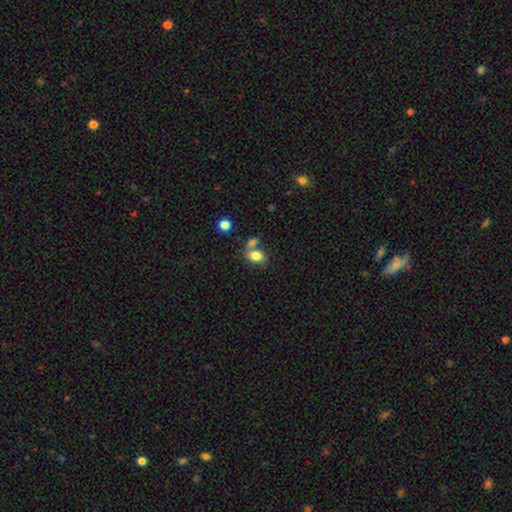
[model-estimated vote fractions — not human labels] Smooth or featured: smooth — 81% (featured or disk — 10%)
How rounded: in between — 72% (round — 27%)
Merging: none — 41% (tied with merger — 41%)